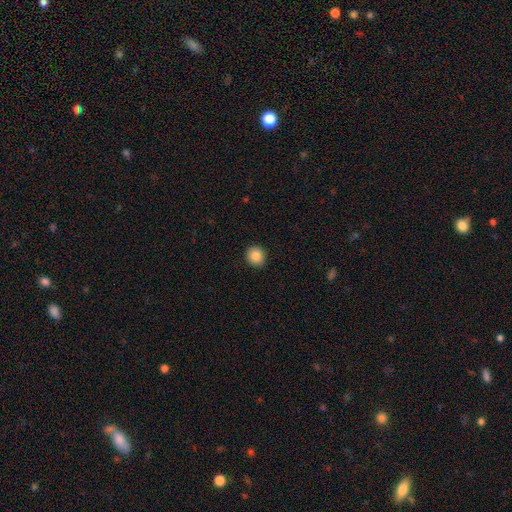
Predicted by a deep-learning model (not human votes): Smooth or featured? smooth (85%)
How rounded? round (87%)
Merging? none (92%)